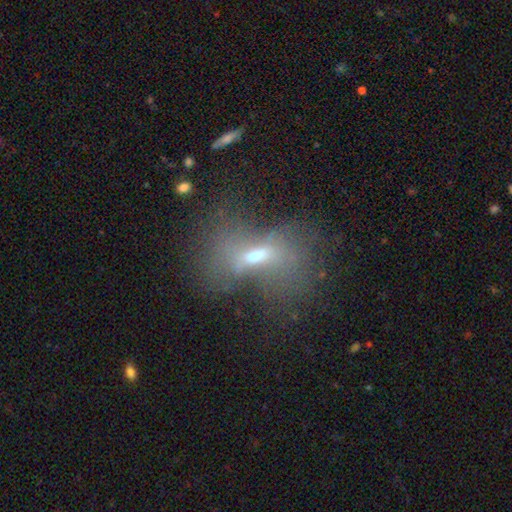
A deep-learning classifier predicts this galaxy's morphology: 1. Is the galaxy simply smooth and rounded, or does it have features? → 46% featured or disk, 36% smooth, 18% star or artifact.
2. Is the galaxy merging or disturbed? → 39% none, 35% major disturbance, 19% minor disturbance, 7% merger.